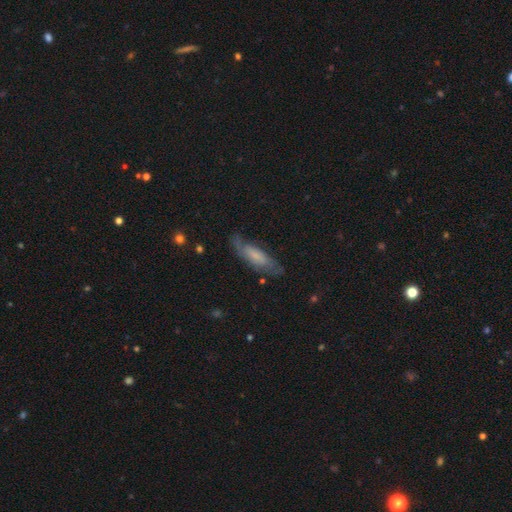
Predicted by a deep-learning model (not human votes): A featured or disk galaxy (49%). Merging: none (66%).